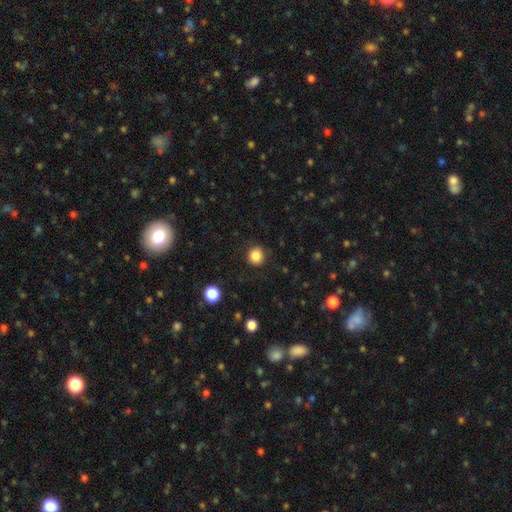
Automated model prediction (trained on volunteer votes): Smooth or featured? smooth (86%)
How rounded? round (91%)
Merging? none (88%)